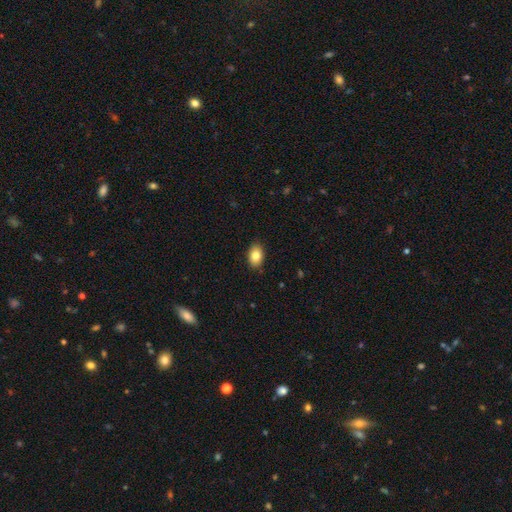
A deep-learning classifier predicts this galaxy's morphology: This appears to be a smooth galaxy with no disk features (83%) that is in between round and cigar-shaped (85%). Merging: none (88%).